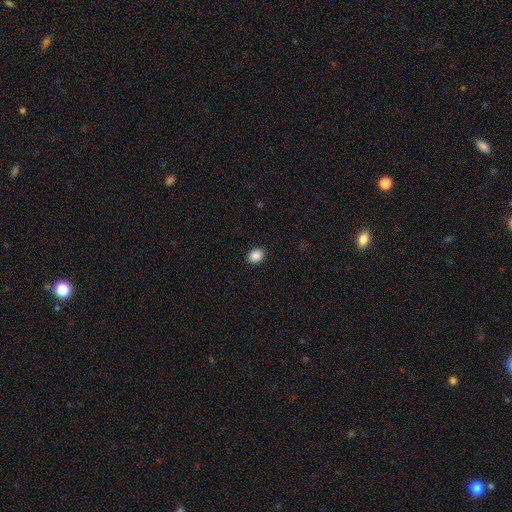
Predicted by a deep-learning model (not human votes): Q: Smooth or featured?
A: smooth (89%); runner-up: star or artifact (9%)
Q: How rounded?
A: round (50%); runner-up: in between (49%)
Q: Merging?
A: none (91%); runner-up: minor disturbance (6%)